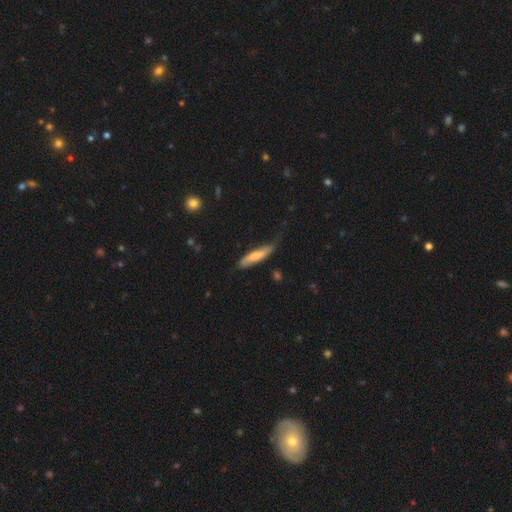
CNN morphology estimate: A smooth galaxy with no disk features (71%) that is cigar-shaped (75%).

Vote fractions:
- Smooth or featured? smooth: 71% / featured or disk: 24% / star or artifact: 5%
- How rounded? cigar-shaped: 75% / in between: 23% / round: 2%
- Merging? none: 56% / minor disturbance: 34% / major disturbance: 8% / merger: 2%